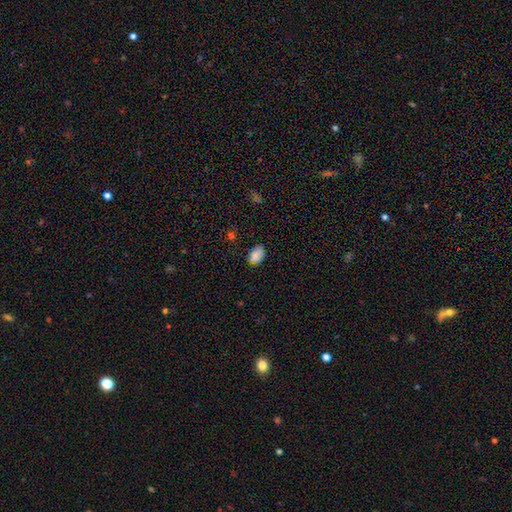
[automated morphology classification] smooth 85%, star or artifact 10%, featured or disk 6%. Down the decision tree: how rounded — in between (84%); merging — none (71%).